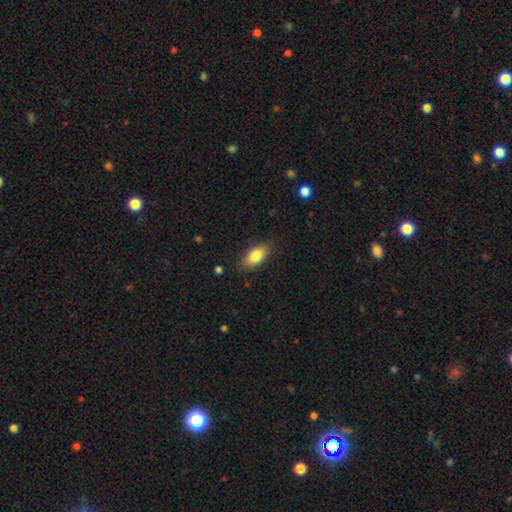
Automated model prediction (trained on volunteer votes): A smooth galaxy with no disk features (83%) that is in between round and cigar-shaped (88%).

Vote fractions:
- Smooth or featured? smooth: 83% / featured or disk: 10% / star or artifact: 7%
- How rounded? in between: 88% / cigar-shaped: 7% / round: 4%
- Merging? none: 84% / minor disturbance: 12% / major disturbance: 3% / merger: 1%